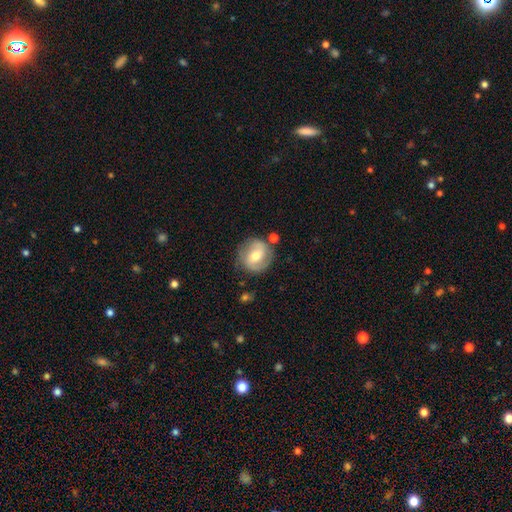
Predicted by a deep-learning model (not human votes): Overall: featured or disk (60%; smooth 33%). Edge-on disk: no (97%). Bar: weak (44%; no 35%). Spiral arms: yes (80%). Bulge size: moderate (70%). Merging: none (76%).